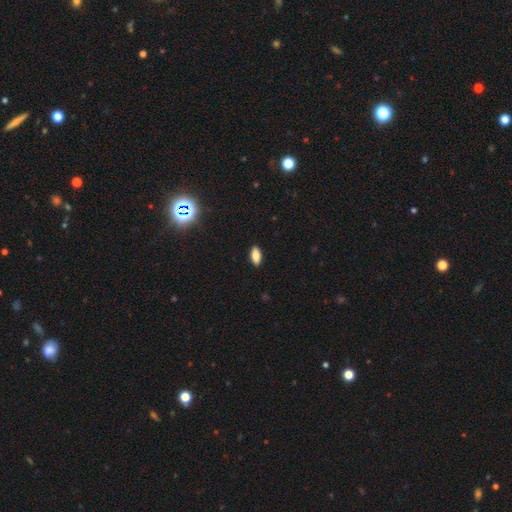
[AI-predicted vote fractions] Smooth or featured: smooth — 82% (star or artifact — 9%)
How rounded: in between — 86% (cigar-shaped — 11%)
Merging: none — 90% (minor disturbance — 7%)